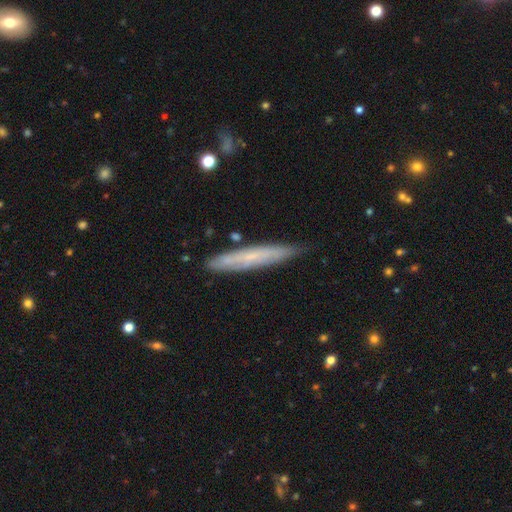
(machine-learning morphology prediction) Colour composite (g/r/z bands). It shows a smooth galaxy with no disk features (52%) that is cigar-shaped (94%). Merging: none (85%).